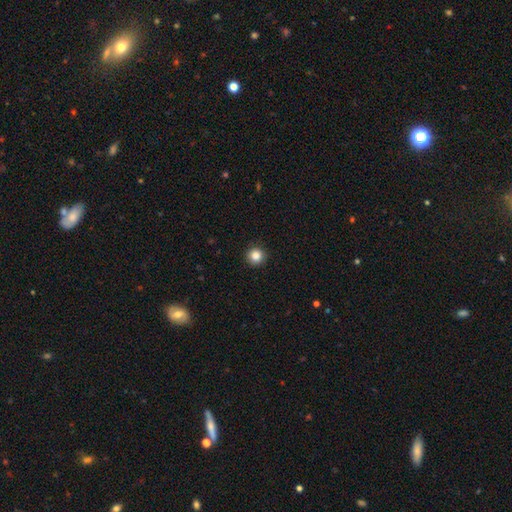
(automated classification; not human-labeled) Smooth or featured? smooth (86%)
How rounded? round (95%)
Merging? none (92%)